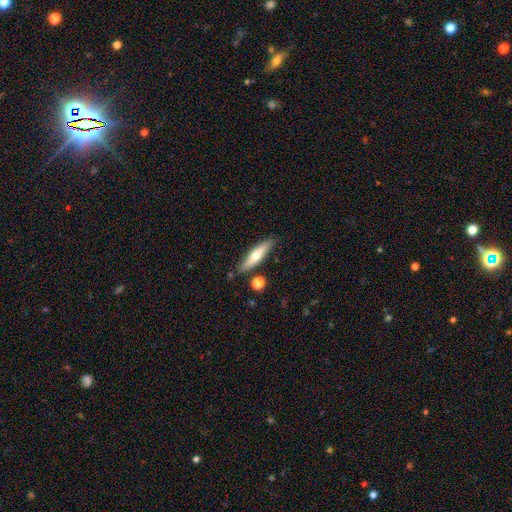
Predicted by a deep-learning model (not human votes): Smooth or featured?
  - smooth: 53% *
  - featured or disk: 41%
  - star or artifact: 6%
How rounded?
  - cigar-shaped: 74% *
  - in between: 24%
  - round: 2%
Merging?
  - none: 83% *
  - minor disturbance: 11%
  - merger: 4%
  - major disturbance: 2%